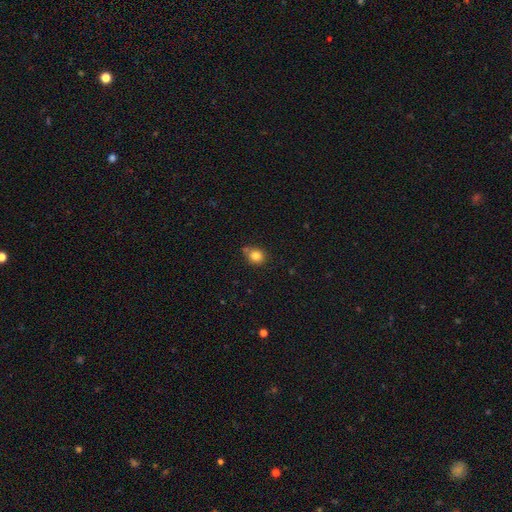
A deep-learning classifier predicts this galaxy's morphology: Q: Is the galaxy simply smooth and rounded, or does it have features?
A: smooth — 83%.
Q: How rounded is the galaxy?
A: round — 76%.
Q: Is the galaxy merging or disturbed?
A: none — 68%.